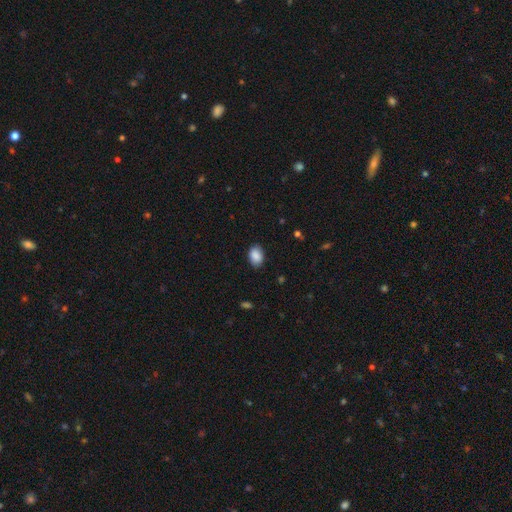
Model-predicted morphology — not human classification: This is clearly a smooth galaxy (89%). How rounded: clearly in between (83%). Merging: clearly none (87%).